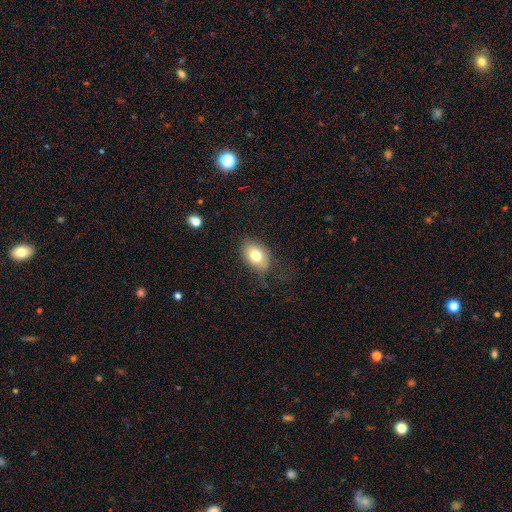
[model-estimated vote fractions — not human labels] smooth-or-featured: smooth: 76% | featured or disk: 15% | star or artifact: 9%
  how-rounded: in between: 79% | round: 20% | cigar-shaped: 1%
  merging: none: 67% | minor disturbance: 23% | major disturbance: 9% | merger: 1%